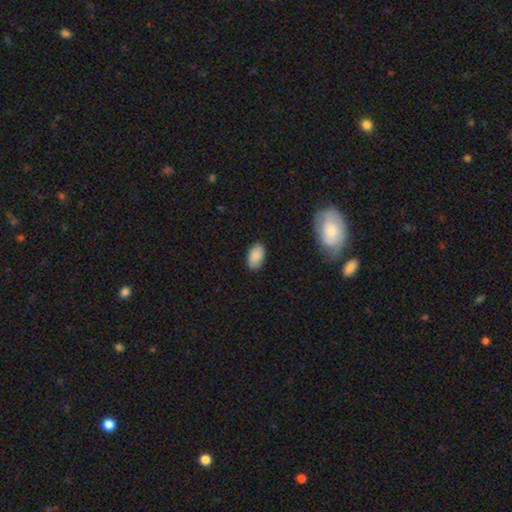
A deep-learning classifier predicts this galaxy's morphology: smooth_or_featured: smooth (p=0.88) [alt: star or artifact p=0.07]
how_rounded: in between (p=0.93) [alt: round p=0.06]
merging: none (p=0.87) [alt: minor disturbance p=0.10]